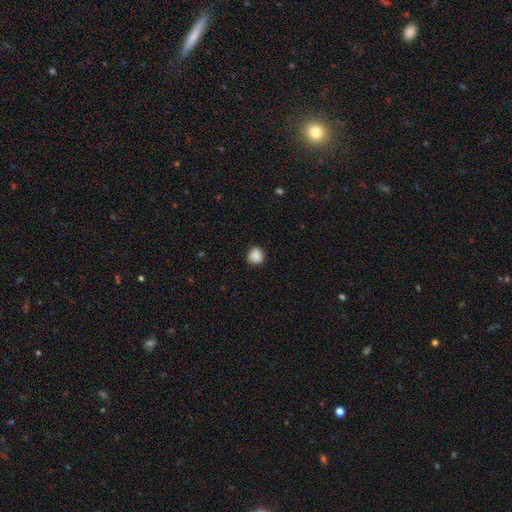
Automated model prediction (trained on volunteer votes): Overall: smooth (87%). How rounded: round (81%). Merging: none (78%).